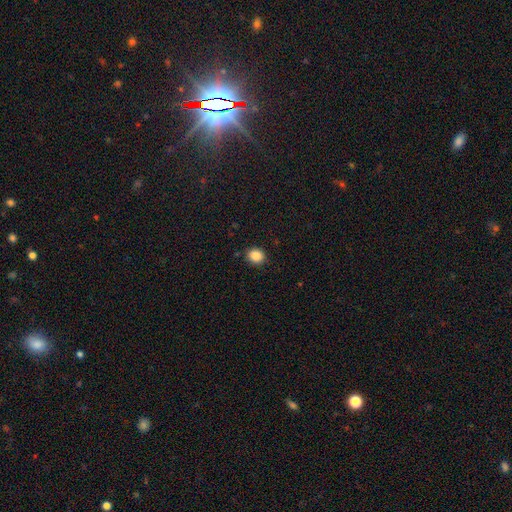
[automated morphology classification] A smooth galaxy with no disk features (87%) that is round (77%).

Vote fractions:
- Smooth or featured? smooth: 87% / star or artifact: 10% / featured or disk: 3%
- How rounded? round: 77% / in between: 22% / cigar-shaped: 1%
- Merging? none: 88% / minor disturbance: 8% / major disturbance: 2% / merger: 1%